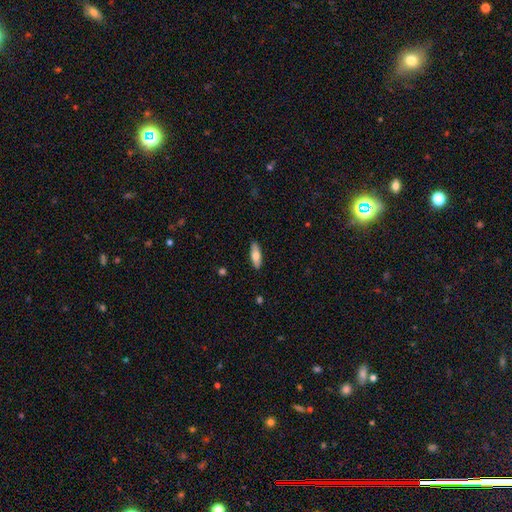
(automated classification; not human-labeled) Smooth or featured? smooth (73%)
How rounded? in between (60%)
Merging? none (89%)